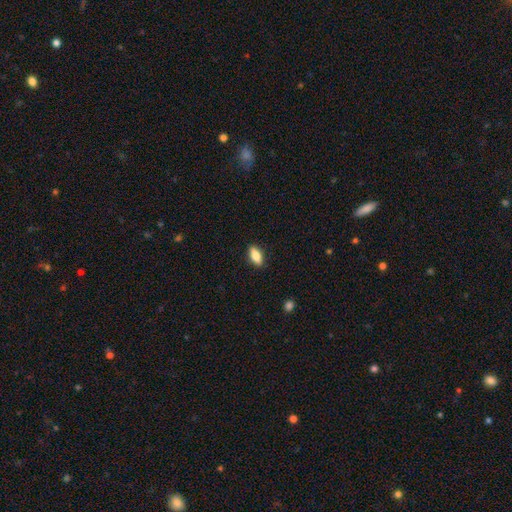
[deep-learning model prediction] smooth_or_featured: smooth (p=0.76) [alt: featured or disk p=0.17]
how_rounded: in between (p=0.80) [alt: cigar-shaped p=0.17]
merging: none (p=0.88) [alt: minor disturbance p=0.09]